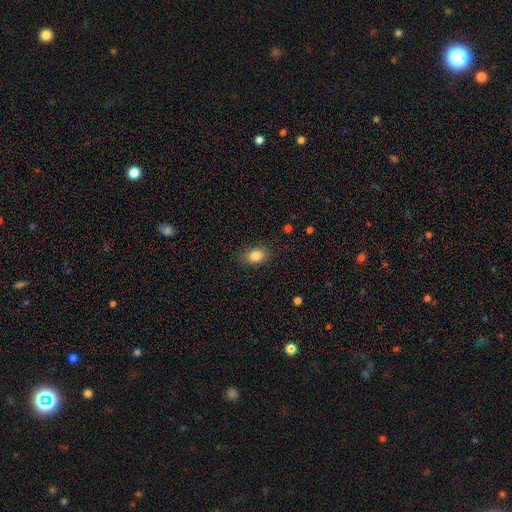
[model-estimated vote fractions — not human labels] The model was most divided on "merging": none: 85%, minor disturbance: 11%, major disturbance: 3%, merger: 1%. More confident: how rounded — in between (86%); smooth or featured — smooth (85%).